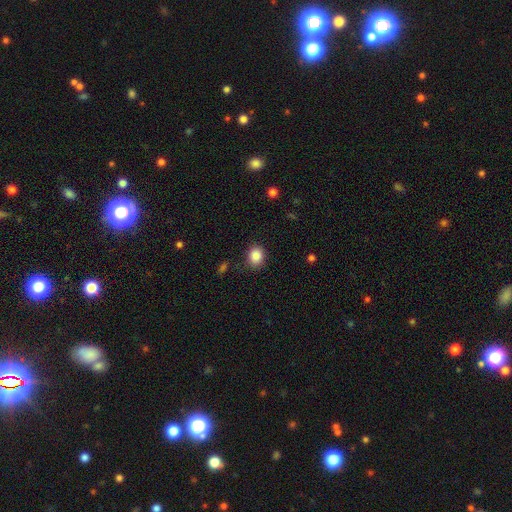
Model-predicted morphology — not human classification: Smooth or featured?
  - smooth: 87% *
  - star or artifact: 9%
  - featured or disk: 4%
How rounded?
  - round: 60% *
  - in between: 39%
  - cigar-shaped: 1%
Merging?
  - none: 85% *
  - minor disturbance: 11%
  - major disturbance: 3%
  - merger: 1%